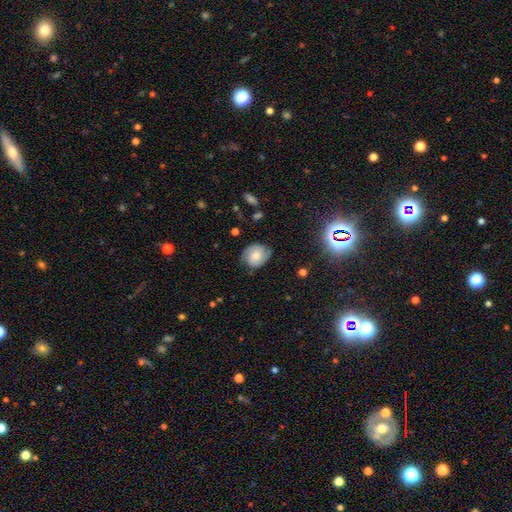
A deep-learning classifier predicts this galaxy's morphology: This appears to be a featured or disk galaxy (57%) with no bar (71%), spiral arms (89%) and a moderate central bulge (57%). Merging: none (70%).